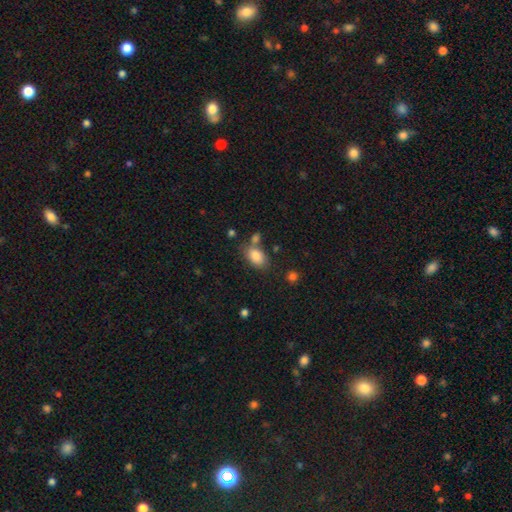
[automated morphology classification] A smooth galaxy with no disk features (85%) that is in between round and cigar-shaped (87%).

Vote fractions:
- Smooth or featured? smooth: 85% / star or artifact: 8% / featured or disk: 7%
- How rounded? in between: 87% / round: 11% / cigar-shaped: 2%
- Merging? none: 61% / merger: 17% / minor disturbance: 16% / major disturbance: 6%